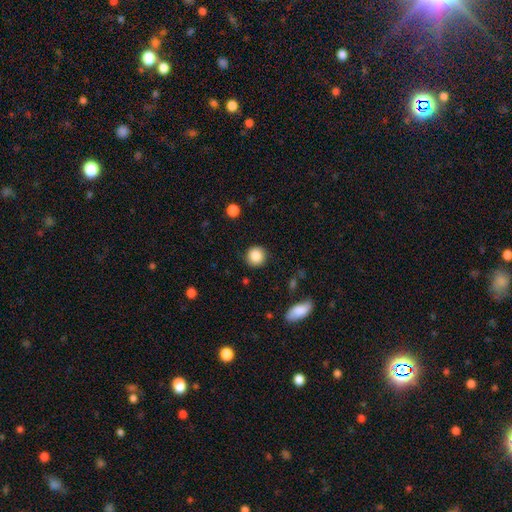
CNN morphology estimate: Overall: smooth (86%). How rounded: round (92%). Merging: none (88%).